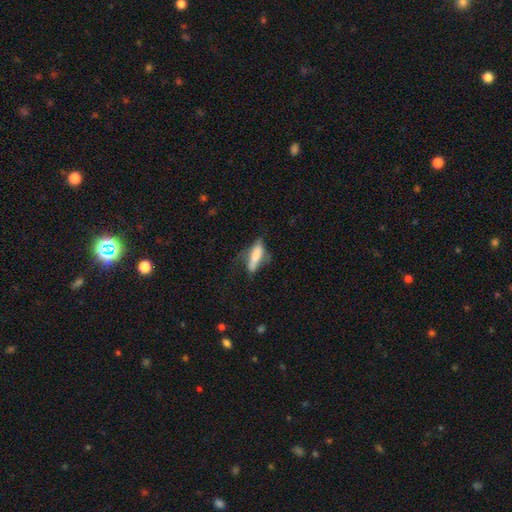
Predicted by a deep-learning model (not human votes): Smooth or featured: smooth — 65% (featured or disk — 28%)
How rounded: cigar-shaped — 56% (in between — 42%)
Merging: none — 43% (minor disturbance — 31%)